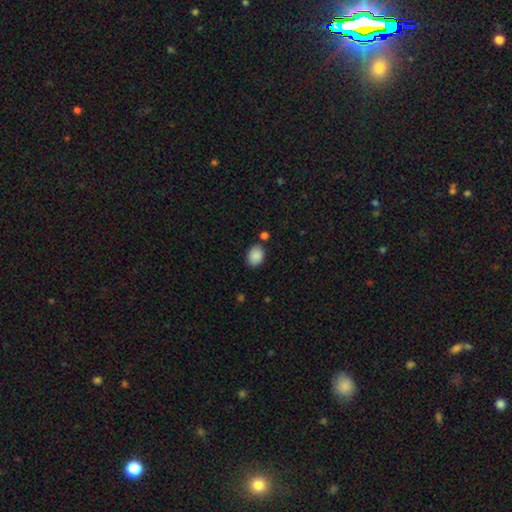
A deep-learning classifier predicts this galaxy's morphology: This is clearly a smooth galaxy (89%). How rounded: likely in between (67%). Merging: likely none (78%).